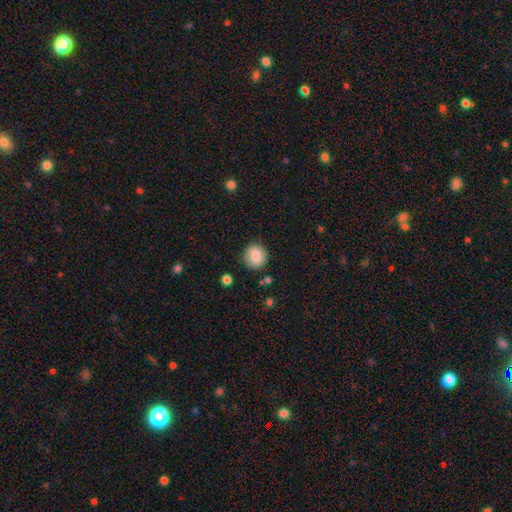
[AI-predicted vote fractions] A smooth galaxy with no disk features (86%) that is round (89%). Merging: none (84%).